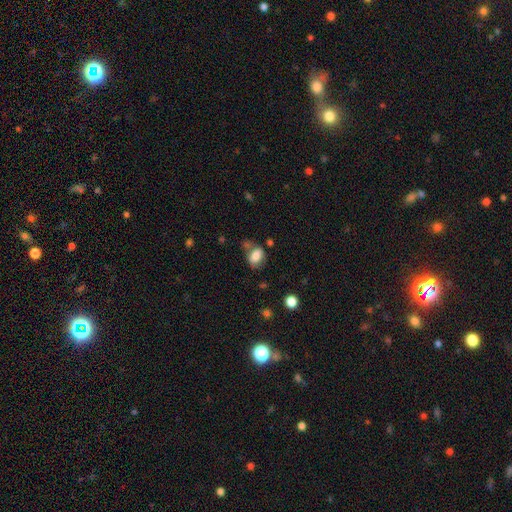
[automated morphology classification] Smooth or featured: smooth — 76% (featured or disk — 14%)
How rounded: in between — 76% (round — 22%)
Merging: none — 47% (minor disturbance — 24%)